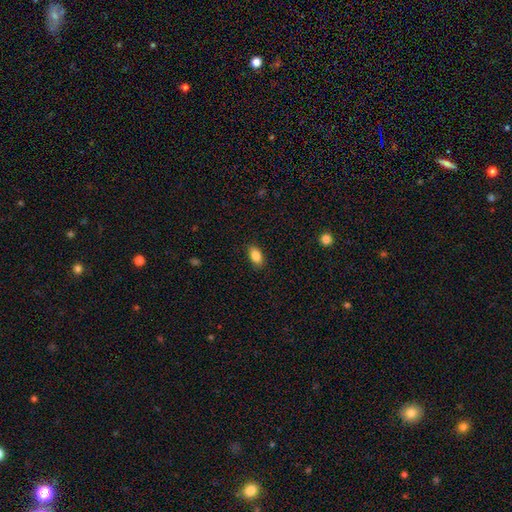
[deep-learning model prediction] Overall: smooth (85%). How rounded: in between (88%). Merging: none (86%).